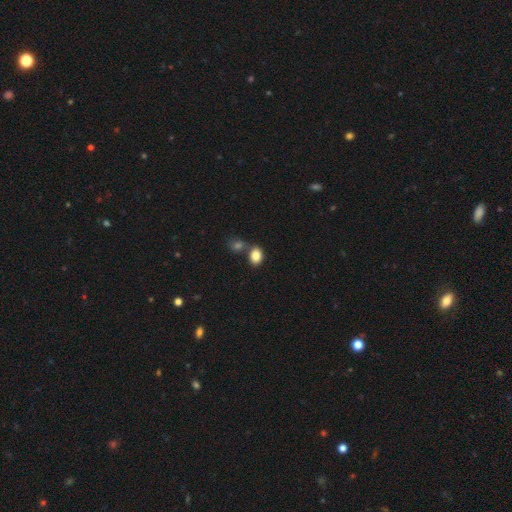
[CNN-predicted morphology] Smooth or featured?
  - smooth: 85% *
  - star or artifact: 9%
  - featured or disk: 6%
How rounded?
  - in between: 69% *
  - round: 30%
  - cigar-shaped: 1%
Merging?
  - none: 55% *
  - merger: 30%
  - minor disturbance: 11%
  - major disturbance: 3%